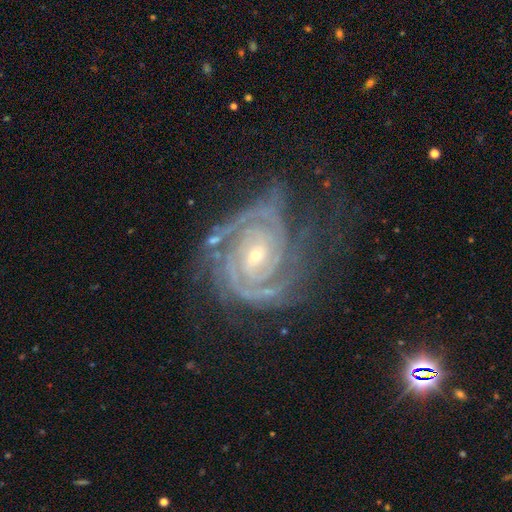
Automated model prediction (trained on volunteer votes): Smooth or featured? Predicted: featured or disk (p=0.92). Edge-on disk? Predicted: no (p=0.97). Bar? Predicted: no (p=0.50). Spiral arms? Predicted: yes (p=0.99). Spiral winding? Predicted: tight (p=0.80). Spiral arm count? Predicted: 2 (p=0.43). Bulge size? Predicted: small (p=0.70). Merging? Predicted: none (p=0.61).